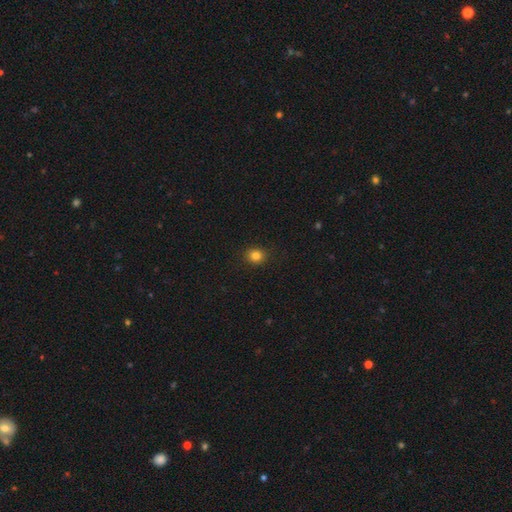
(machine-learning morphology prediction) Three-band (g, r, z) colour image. It shows a smooth galaxy with no disk features (82%) that is round (82%). Merging: none (91%).